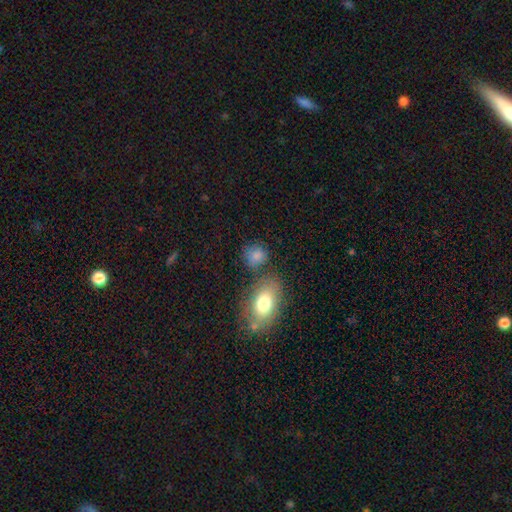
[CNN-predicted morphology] Smooth or featured? smooth (80%)
How rounded? round (65%)
Merging? none (65%)